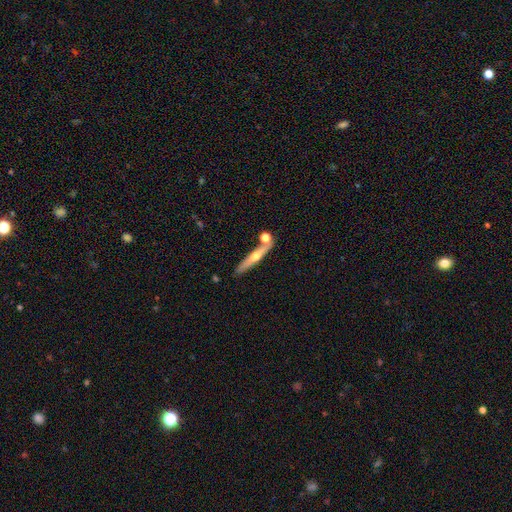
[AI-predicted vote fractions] This is possibly a featured or disk galaxy (55%). It is clearly viewed edge-on (93%). Edge-on bulge: clearly rounded (88%). Merging: likely none (75%).